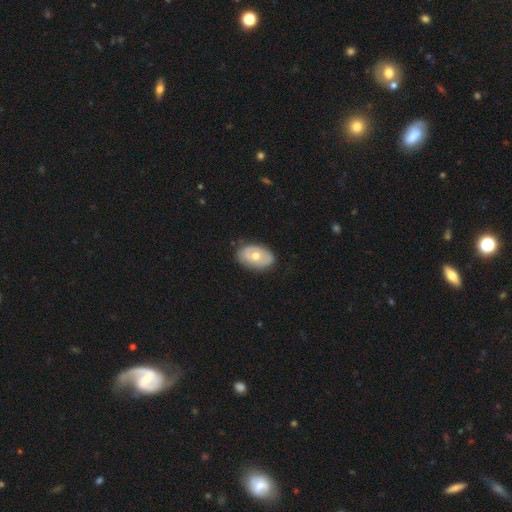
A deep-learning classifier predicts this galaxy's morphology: Smooth or featured? smooth (49%)
Merging? none (81%)